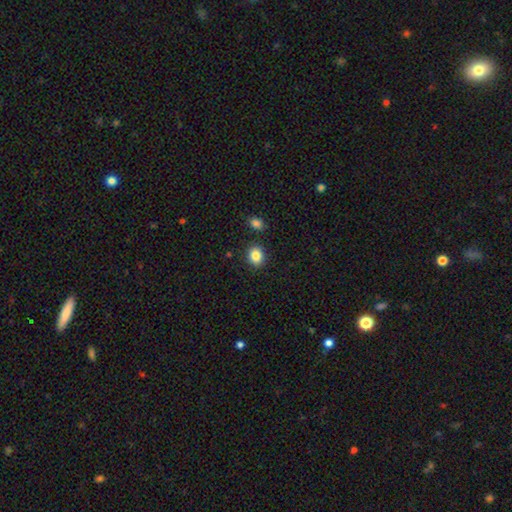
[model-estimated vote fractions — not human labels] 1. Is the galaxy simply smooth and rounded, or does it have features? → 86% smooth, 9% star or artifact, 5% featured or disk.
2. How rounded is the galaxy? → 62% round, 37% in between, 1% cigar-shaped.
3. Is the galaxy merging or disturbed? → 87% none, 7% minor disturbance, 3% merger, 2% major disturbance.